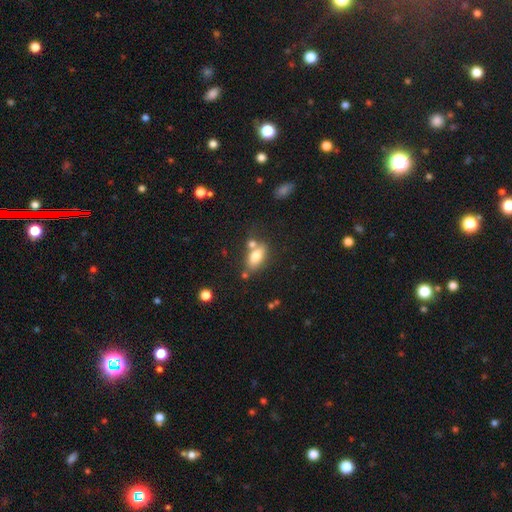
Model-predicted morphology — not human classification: Smooth or featured?
  - smooth: 73% *
  - featured or disk: 18%
  - star or artifact: 9%
How rounded?
  - in between: 84% *
  - cigar-shaped: 10%
  - round: 6%
Merging?
  - none: 57% *
  - merger: 23%
  - minor disturbance: 15%
  - major disturbance: 5%